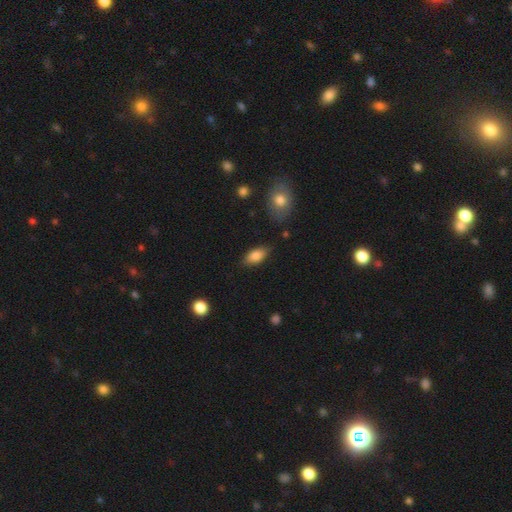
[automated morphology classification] Smooth or featured?
  - smooth: 84% *
  - featured or disk: 9%
  - star or artifact: 7%
How rounded?
  - in between: 90% *
  - cigar-shaped: 6%
  - round: 4%
Merging?
  - none: 81% *
  - minor disturbance: 14%
  - major disturbance: 3%
  - merger: 2%